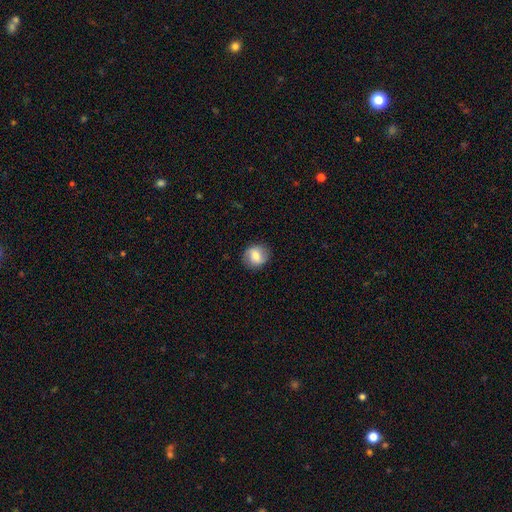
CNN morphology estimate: Smooth or featured? Predicted: smooth (p=0.62). How rounded? Predicted: round (p=0.77). Merging? Predicted: none (p=0.86).